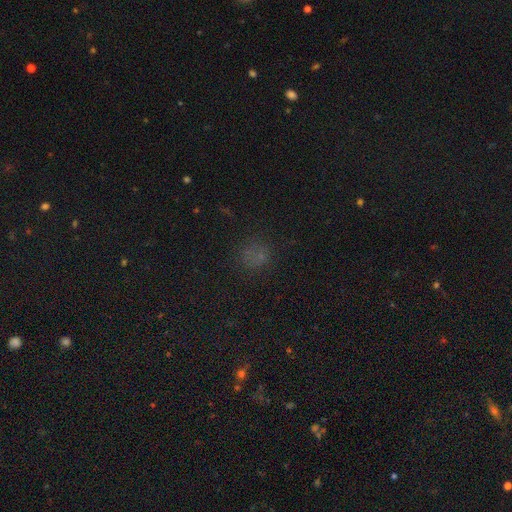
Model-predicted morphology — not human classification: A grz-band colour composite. It shows a smooth galaxy with no disk features (57%) that is round (80%). Merging: none (75%).